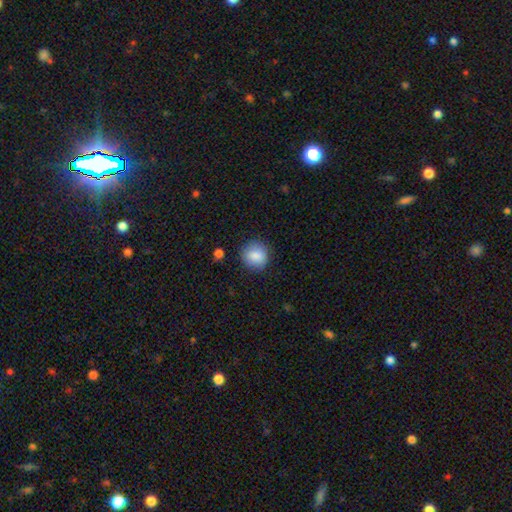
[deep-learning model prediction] Q: Smooth or featured?
A: smooth (87%); runner-up: star or artifact (8%)
Q: How rounded?
A: round (89%); runner-up: in between (10%)
Q: Merging?
A: none (86%); runner-up: minor disturbance (10%)